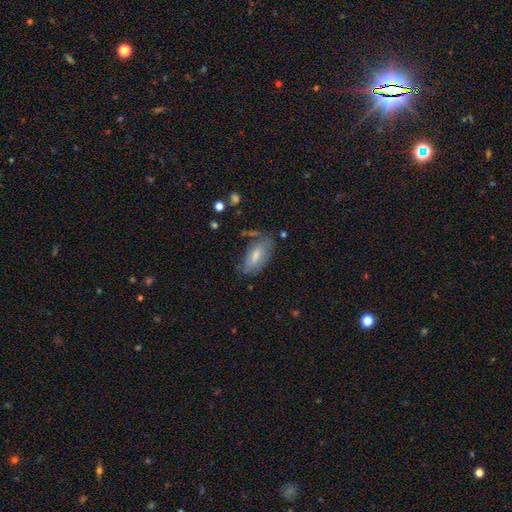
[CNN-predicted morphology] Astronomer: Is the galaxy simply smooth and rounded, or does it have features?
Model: smooth — 65%.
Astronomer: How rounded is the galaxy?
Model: in between — 90%.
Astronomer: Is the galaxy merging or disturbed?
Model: none — 54%.